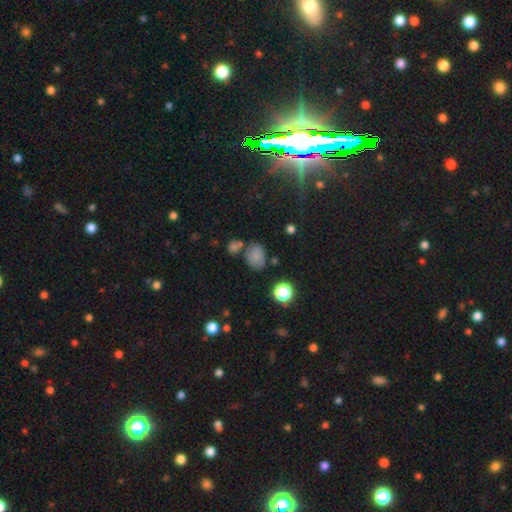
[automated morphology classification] The model was most divided on "how rounded": in between: 68%, round: 31%, cigar-shaped: 1%. More confident: smooth or featured — smooth (75%); merging — none (63%).